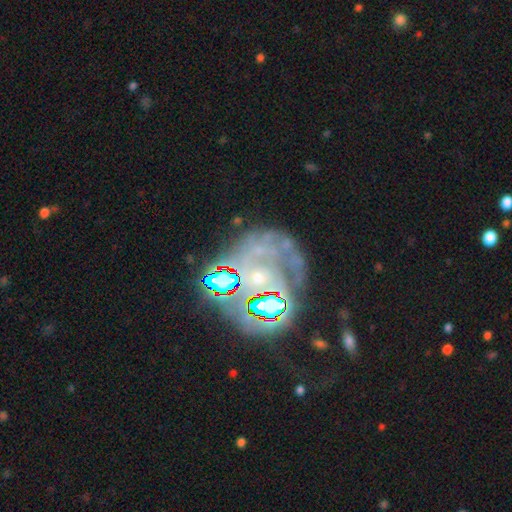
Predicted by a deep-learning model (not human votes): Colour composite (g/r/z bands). It shows a featured or disk galaxy (47%). Merging: none (49%).